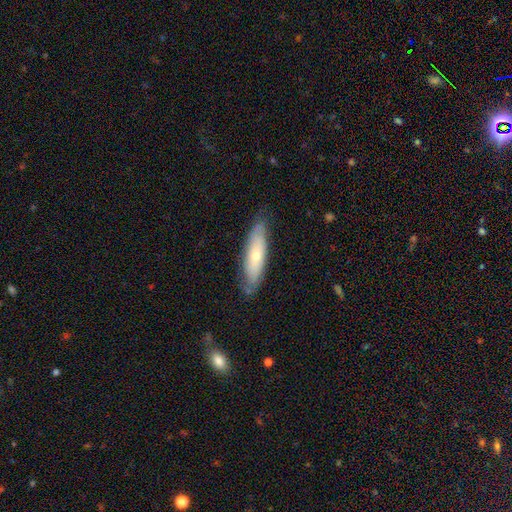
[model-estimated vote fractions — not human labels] smooth_or_featured: smooth (p=0.55) [alt: featured or disk p=0.39]
how_rounded: cigar-shaped (p=0.58) [alt: in between p=0.40]
merging: none (p=0.77) [alt: minor disturbance p=0.18]